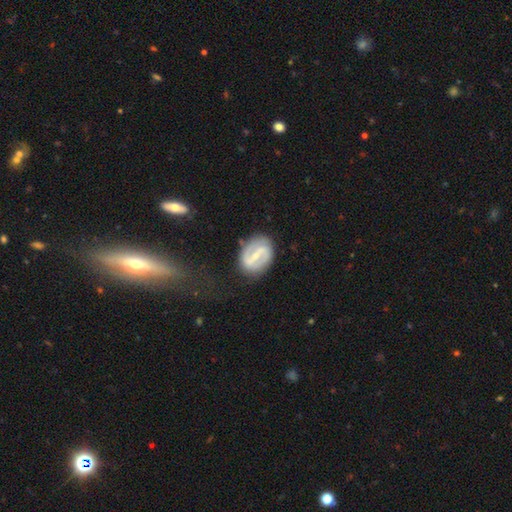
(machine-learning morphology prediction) The model was most divided on "spiral winding": medium: 45%, tight: 31%, loose: 24%. More confident: edge-on disk — no (97%); spiral arm count — 2 (86%); spiral arms — yes (83%); smooth or featured — featured or disk (79%); merging — none (79%); bulge size — small (63%); bar — strong (52%).